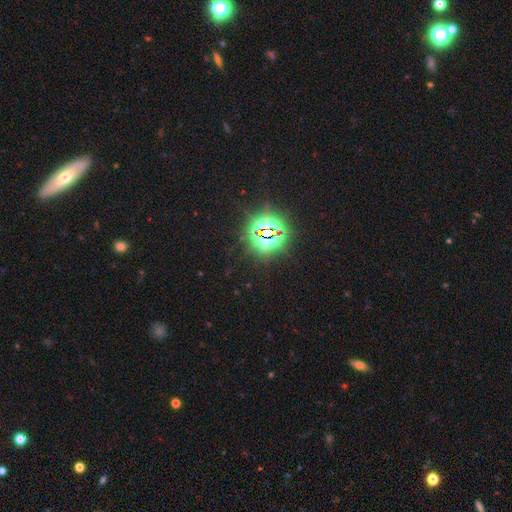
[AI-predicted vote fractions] The model was most divided on "smooth or featured": star or artifact: 74%, smooth: 17%, featured or disk: 9%.